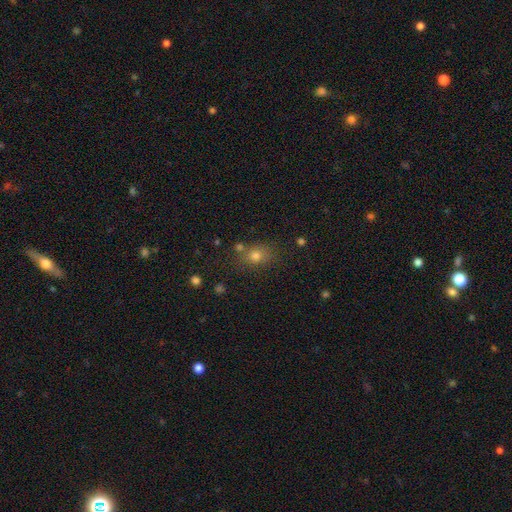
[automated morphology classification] Smooth or featured: smooth — 71% (star or artifact — 19%)
How rounded: round — 52% (in between — 46%)
Merging: none — 72% (minor disturbance — 14%)